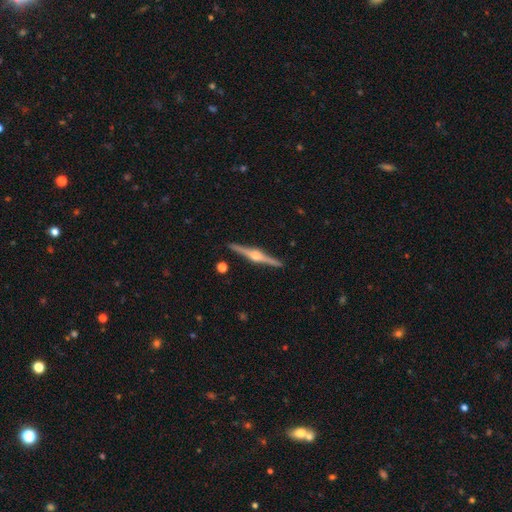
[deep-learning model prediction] This is clearly a featured or disk galaxy (86%). It is clearly viewed edge-on (99%). Edge-on bulge: clearly rounded (94%). Merging: clearly none (93%).